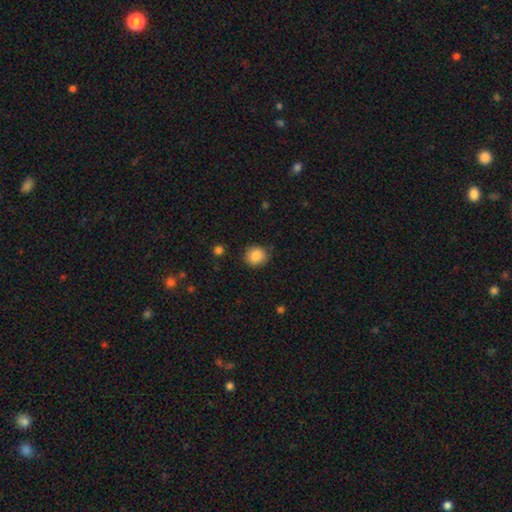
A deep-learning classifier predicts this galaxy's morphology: Smooth or featured? smooth (85%)
How rounded? round (83%)
Merging? none (86%)